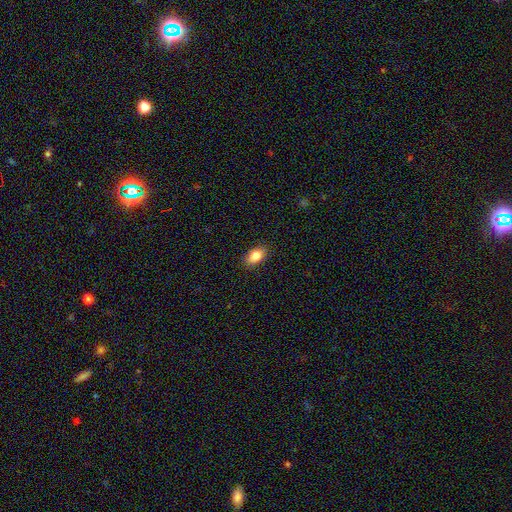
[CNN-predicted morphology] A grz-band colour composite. It shows a smooth galaxy with no disk features (83%) that is in between round and cigar-shaped (88%). Merging: none (88%).